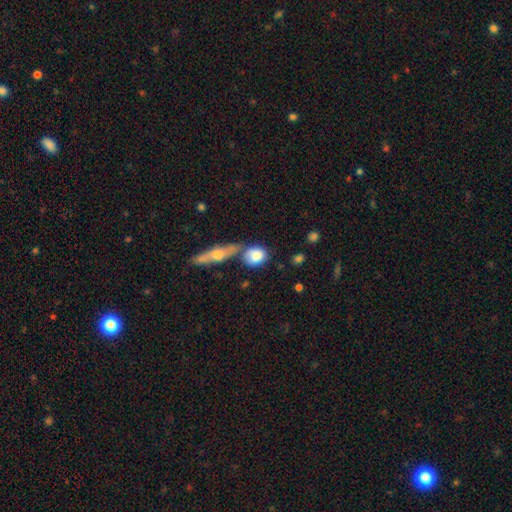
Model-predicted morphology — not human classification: This appears to be a smooth galaxy with no disk features (79%) that is in between round and cigar-shaped (50%). Merging: none (43%).